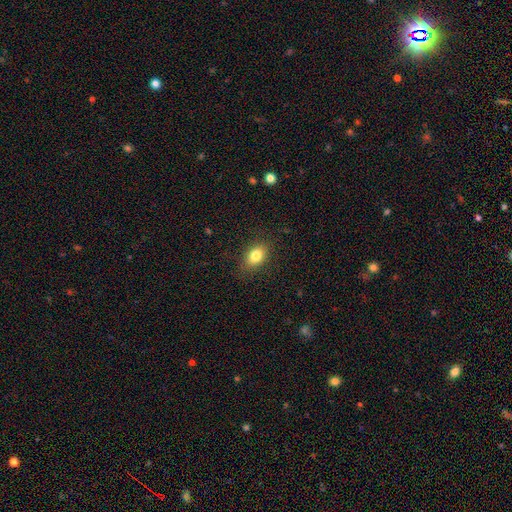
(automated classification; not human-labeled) Smooth or featured: smooth — 82% (featured or disk — 9%)
How rounded: in between — 82% (round — 16%)
Merging: none — 85% (minor disturbance — 11%)